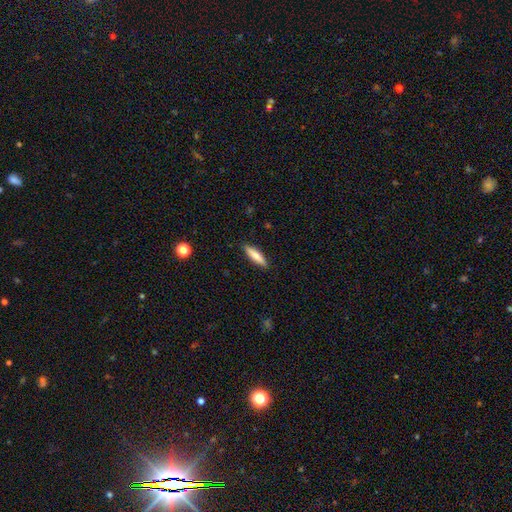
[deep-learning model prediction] Smooth or featured?
  - smooth: 75% *
  - featured or disk: 19%
  - star or artifact: 6%
How rounded?
  - cigar-shaped: 76% *
  - in between: 22%
  - round: 2%
Merging?
  - none: 89% *
  - minor disturbance: 8%
  - major disturbance: 2%
  - merger: 1%